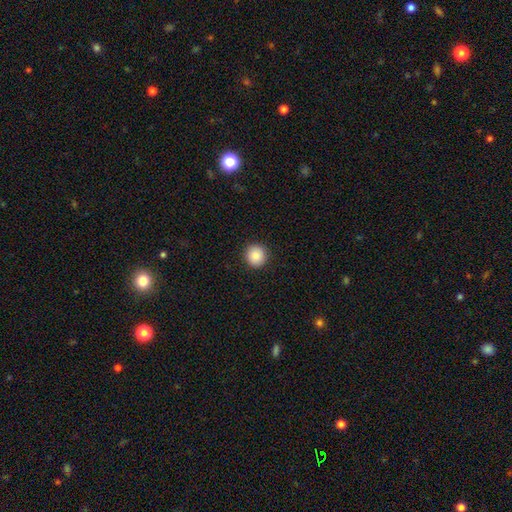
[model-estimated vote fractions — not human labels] A smooth galaxy with no disk features (88%) that is round (93%). Merging: none (92%).